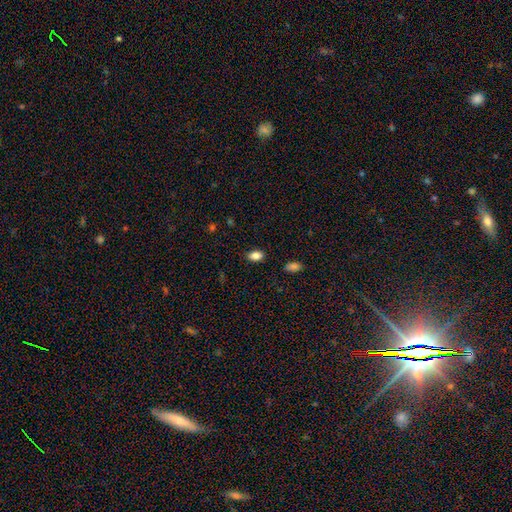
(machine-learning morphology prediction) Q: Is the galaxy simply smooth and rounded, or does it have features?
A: smooth — 86%.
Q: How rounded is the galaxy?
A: in between — 87%.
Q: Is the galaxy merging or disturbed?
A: none — 87%.